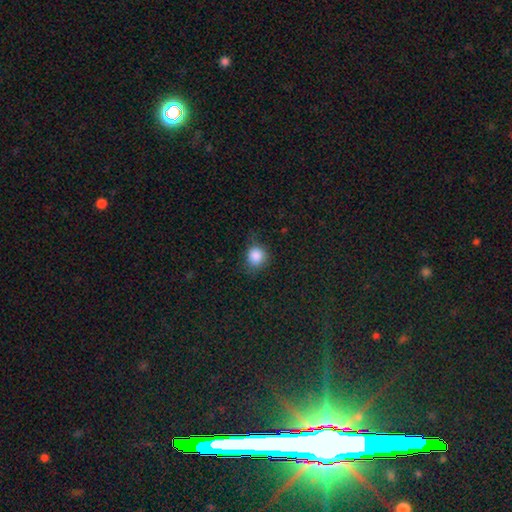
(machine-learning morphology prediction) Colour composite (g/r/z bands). It shows a smooth galaxy with no disk features (86%) that is round (83%). Merging: none (71%).